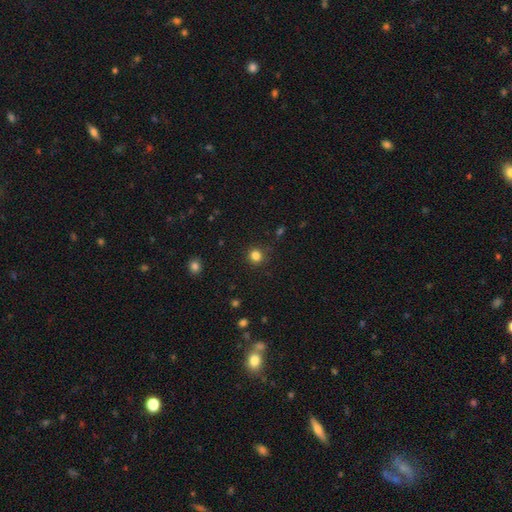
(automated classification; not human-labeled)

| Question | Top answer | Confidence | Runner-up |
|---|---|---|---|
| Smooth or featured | smooth | 82% | star or artifact (14%) |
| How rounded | round | 92% | in between (7%) |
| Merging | none | 88% | minor disturbance (8%) |